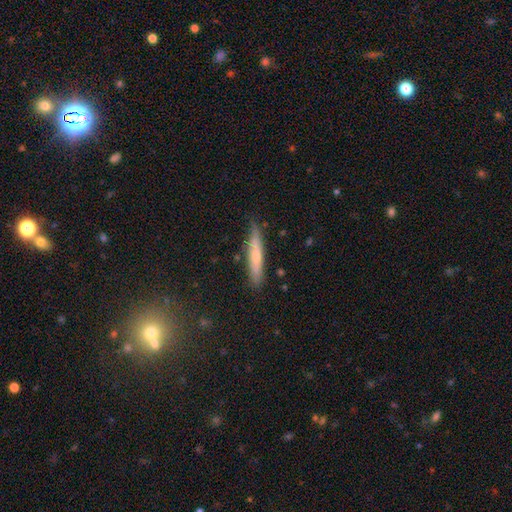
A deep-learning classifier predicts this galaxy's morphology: Smooth or featured?
  - smooth: 55% *
  - featured or disk: 38%
  - star or artifact: 6%
How rounded?
  - cigar-shaped: 90% *
  - in between: 9%
  - round: 2%
Merging?
  - none: 81% *
  - minor disturbance: 15%
  - major disturbance: 2%
  - merger: 2%